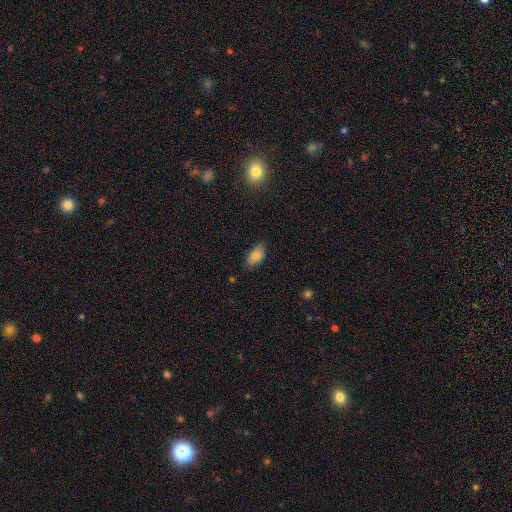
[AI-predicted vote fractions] Overall: smooth (82%). How rounded: in between (92%). Merging: none (83%).